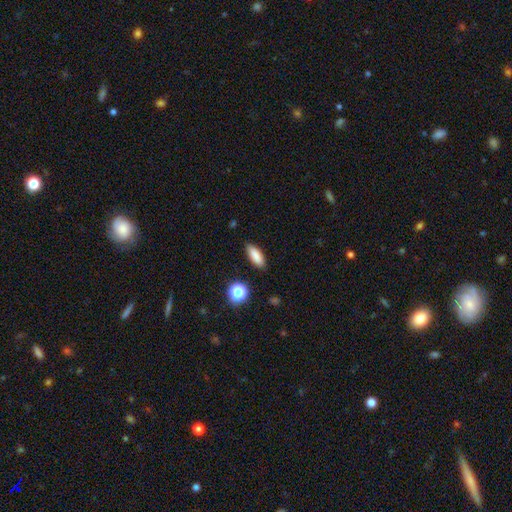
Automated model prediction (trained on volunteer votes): Smooth or featured: smooth — 85% (star or artifact — 9%)
How rounded: in between — 68% (cigar-shaped — 29%)
Merging: none — 87% (minor disturbance — 9%)